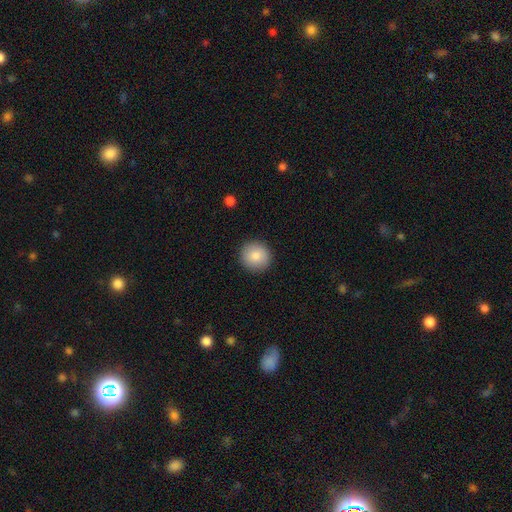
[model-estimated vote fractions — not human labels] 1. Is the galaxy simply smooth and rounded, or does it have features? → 85% smooth, 8% star or artifact, 8% featured or disk.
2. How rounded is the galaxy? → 93% round, 6% in between, 1% cigar-shaped.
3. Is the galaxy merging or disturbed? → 92% none, 6% minor disturbance, 2% major disturbance, 1% merger.